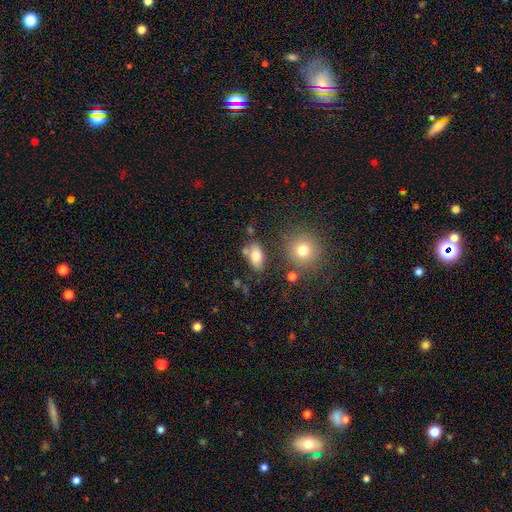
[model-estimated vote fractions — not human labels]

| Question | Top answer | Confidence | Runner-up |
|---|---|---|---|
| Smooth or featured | smooth | 79% | featured or disk (12%) |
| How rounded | in between | 88% | round (8%) |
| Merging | none | 56% | minor disturbance (21%) |